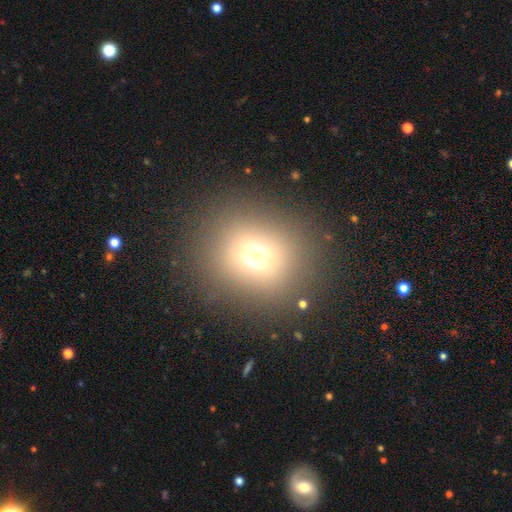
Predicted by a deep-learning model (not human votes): Q: Smooth or featured?
A: smooth (65%); runner-up: star or artifact (23%)
Q: How rounded?
A: round (79%); runner-up: in between (20%)
Q: Merging?
A: none (86%); runner-up: minor disturbance (8%)